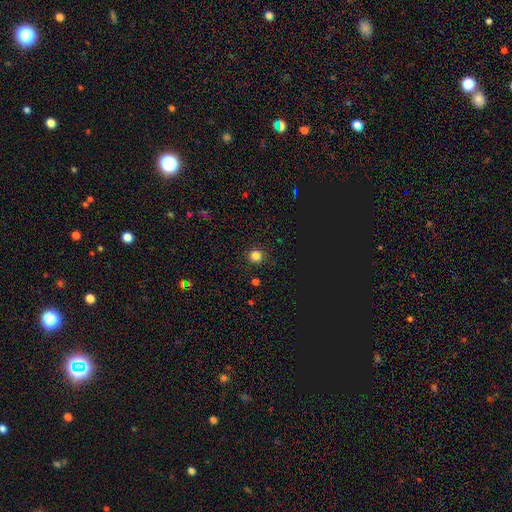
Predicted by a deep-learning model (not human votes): Overall: smooth (71%). How rounded: round (89%). Merging: none (82%).